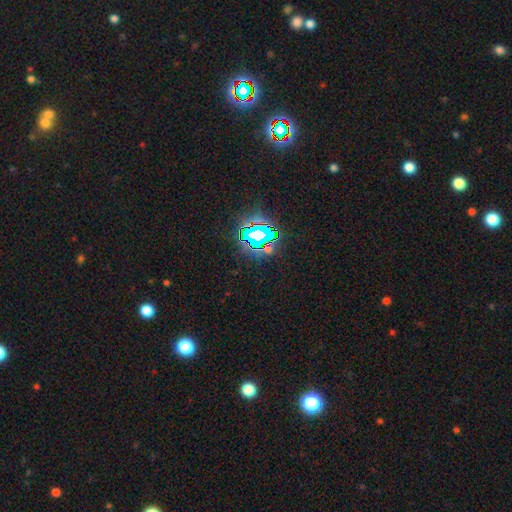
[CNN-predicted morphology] The model was most divided on "smooth or featured": star or artifact: 81%, smooth: 12%, featured or disk: 8%.